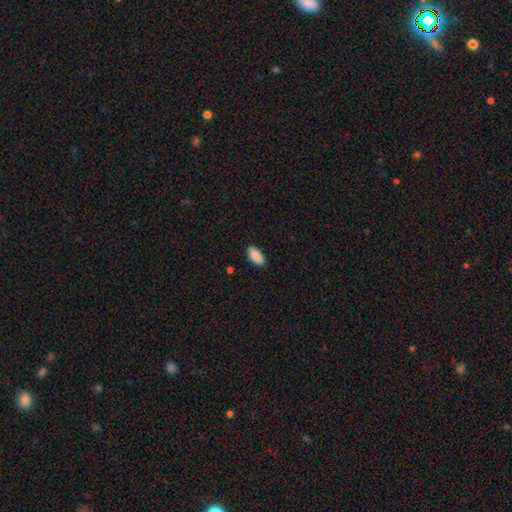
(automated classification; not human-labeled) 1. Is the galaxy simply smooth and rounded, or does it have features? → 90% smooth, 7% star or artifact, 3% featured or disk.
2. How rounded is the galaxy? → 90% in between, 8% cigar-shaped, 2% round.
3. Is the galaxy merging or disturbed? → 88% none, 9% minor disturbance, 2% major disturbance, 1% merger.